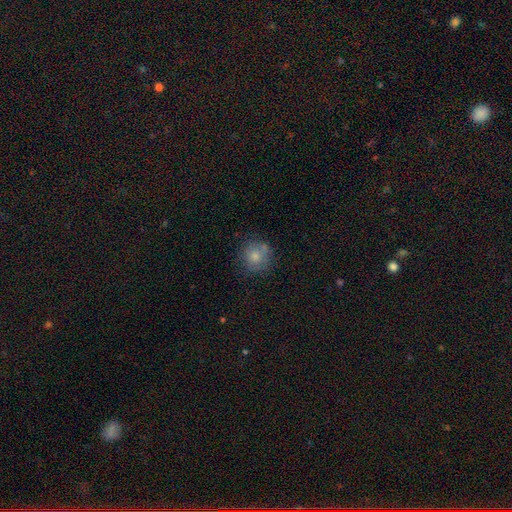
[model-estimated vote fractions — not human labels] Morphology: type=smooth (77%); roundness=round (87%); merging=none (68%).